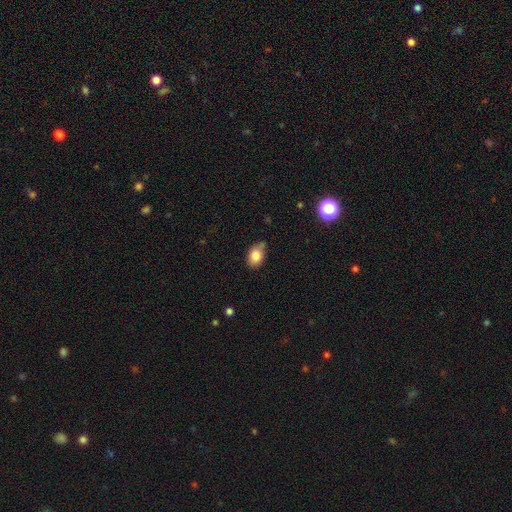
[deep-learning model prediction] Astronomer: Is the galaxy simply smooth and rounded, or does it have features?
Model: smooth — 84%.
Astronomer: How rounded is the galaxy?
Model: in between — 80%.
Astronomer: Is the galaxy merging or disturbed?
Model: none — 60%.